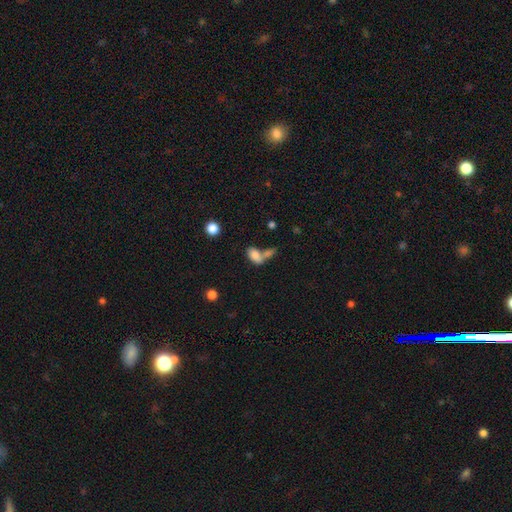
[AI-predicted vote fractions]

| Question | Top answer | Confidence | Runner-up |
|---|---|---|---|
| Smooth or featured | smooth | 81% | star or artifact (10%) |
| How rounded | in between | 91% | round (6%) |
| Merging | merger | 53% | none (30%) |